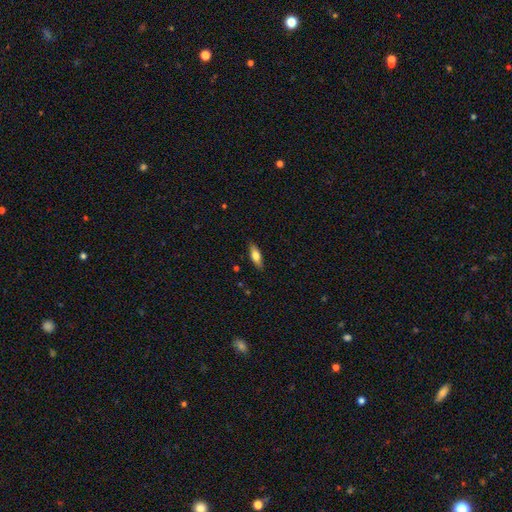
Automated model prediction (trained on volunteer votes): A smooth galaxy with no disk features (68%) that is in between round and cigar-shaped (65%).

Vote fractions:
- Smooth or featured? smooth: 68% / featured or disk: 25% / star or artifact: 6%
- How rounded? in between: 65% / cigar-shaped: 32% / round: 3%
- Merging? none: 87% / minor disturbance: 10% / major disturbance: 2% / merger: 1%